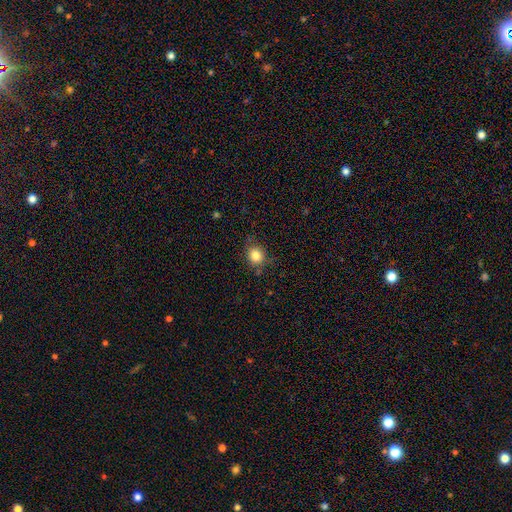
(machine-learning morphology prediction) The model was most divided on "how rounded": round: 74%, in between: 25%, cigar-shaped: 1%. More confident: smooth or featured — smooth (83%); merging — none (76%).